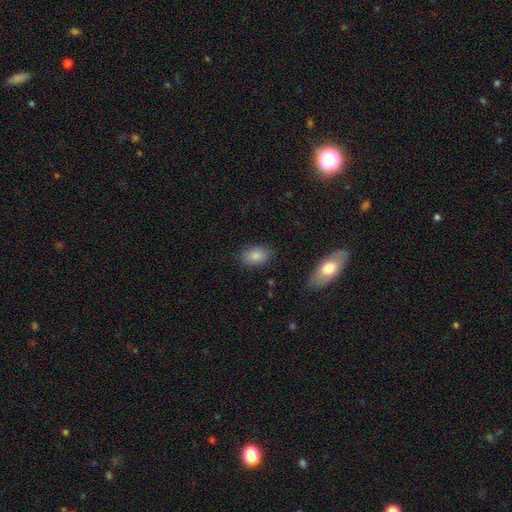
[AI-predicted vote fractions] Smooth or featured? Predicted: smooth (p=0.86). How rounded? Predicted: in between (p=0.85). Merging? Predicted: none (p=0.83).